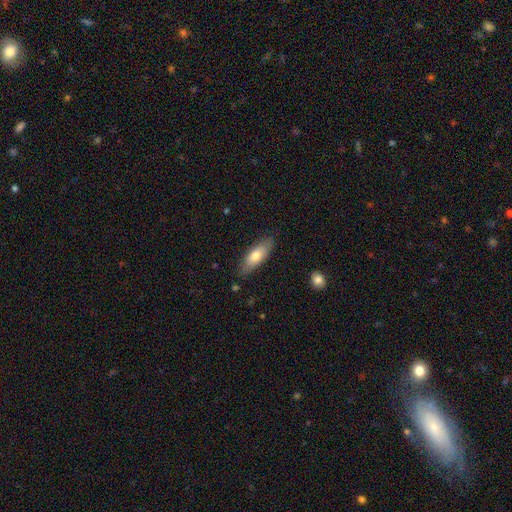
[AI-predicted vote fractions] The model was most divided on "how rounded": in between: 69%, cigar-shaped: 28%, round: 2%. More confident: merging — none (82%); smooth or featured — smooth (69%).